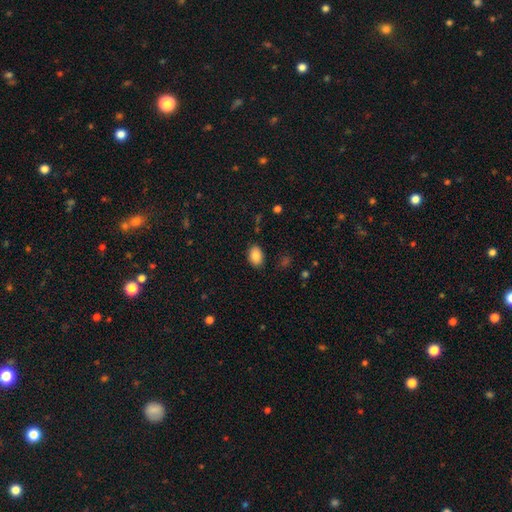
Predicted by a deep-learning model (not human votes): The model was most divided on "how rounded": in between: 82%, round: 17%, cigar-shaped: 1%. More confident: smooth or featured — smooth (87%); merging — none (85%).